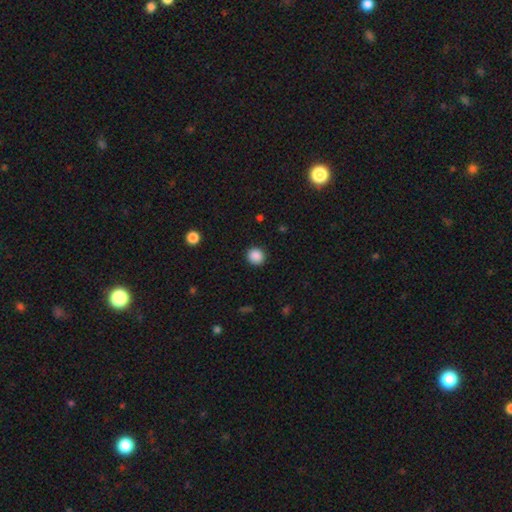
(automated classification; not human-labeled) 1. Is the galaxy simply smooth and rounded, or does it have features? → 88% smooth, 9% star or artifact, 3% featured or disk.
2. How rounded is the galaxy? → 89% round, 10% in between, 1% cigar-shaped.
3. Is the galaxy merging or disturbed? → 91% none, 6% minor disturbance, 2% major disturbance, 1% merger.